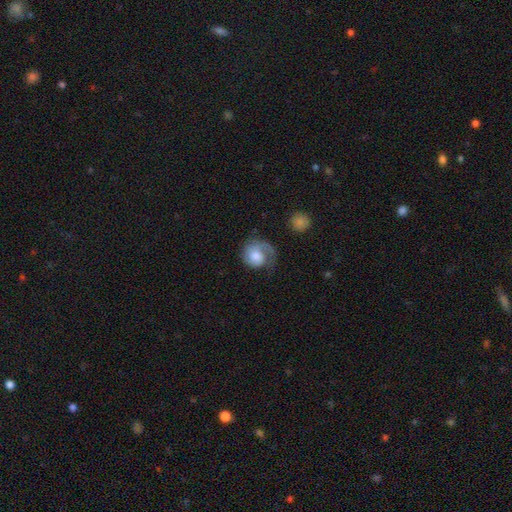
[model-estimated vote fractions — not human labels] Smooth or featured: featured or disk — 56% (smooth — 37%)
Edge-on disk: no — 98% (yes — 2%)
Bar: no — 73% (weak — 24%)
Spiral arms: yes — 89% (no — 11%)
Bulge size: moderate — 42% (large — 30%)
Merging: none — 44% (major disturbance — 31%)